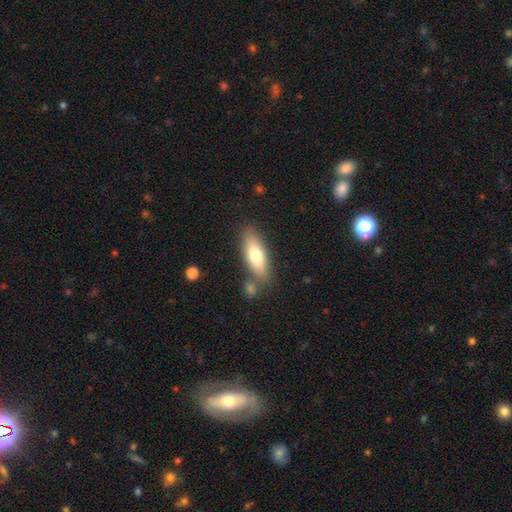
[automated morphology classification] This appears to be a smooth galaxy with no disk features (73%) that is in between round and cigar-shaped (64%). Merging: none (71%).